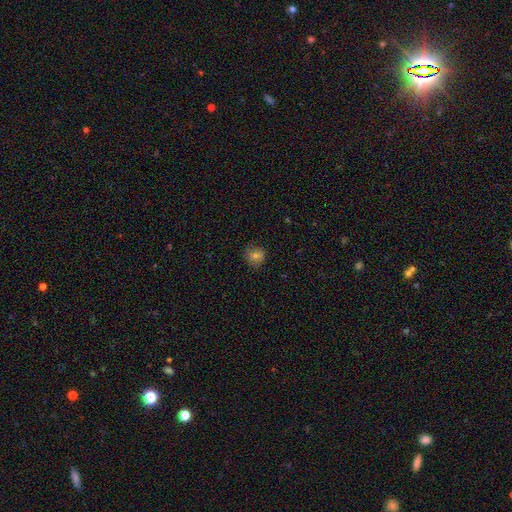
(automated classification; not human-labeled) This appears to be a smooth galaxy with no disk features (66%) that is round (86%). Merging: none (82%).